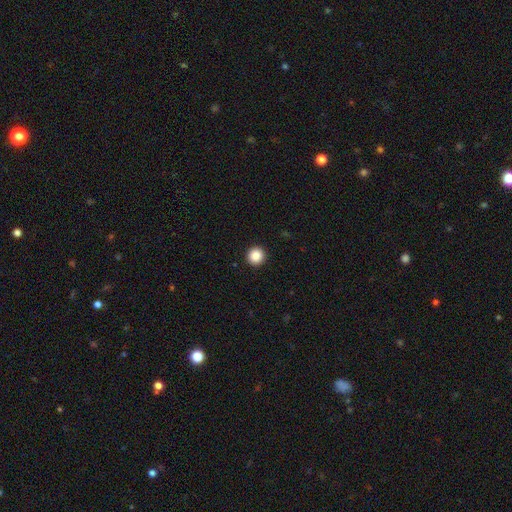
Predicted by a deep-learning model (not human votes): A smooth galaxy with no disk features (87%) that is round (95%). Merging: none (94%).